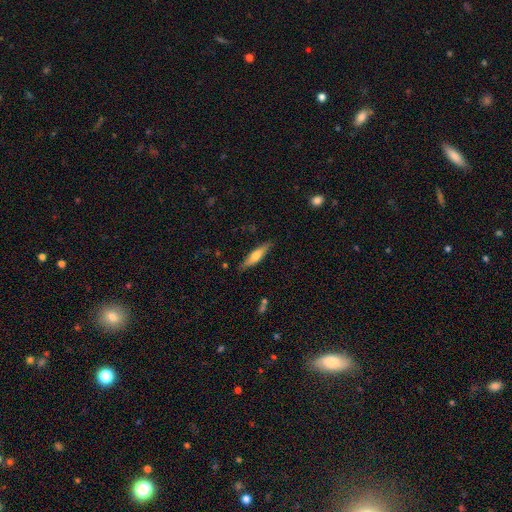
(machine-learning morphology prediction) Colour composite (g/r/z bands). It shows a smooth galaxy with no disk features (56%) that is cigar-shaped (77%). Merging: none (84%).